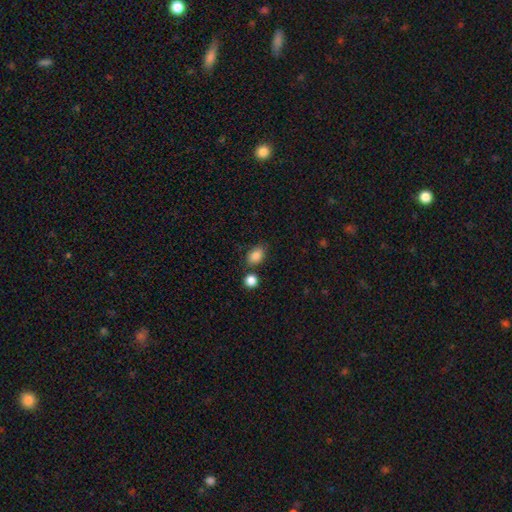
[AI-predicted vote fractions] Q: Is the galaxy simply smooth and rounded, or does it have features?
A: smooth — 86%.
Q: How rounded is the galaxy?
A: in between — 76%.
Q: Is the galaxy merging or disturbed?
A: none — 70%.